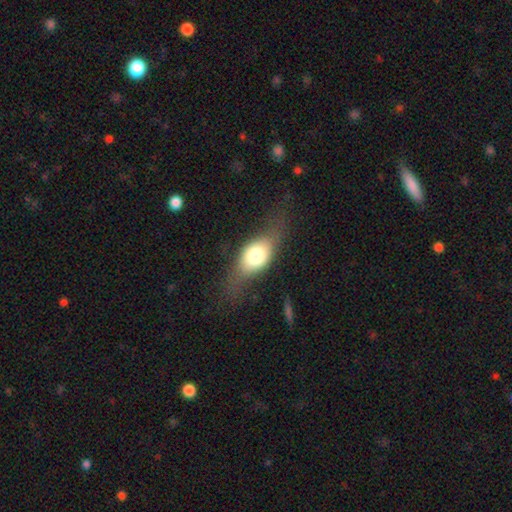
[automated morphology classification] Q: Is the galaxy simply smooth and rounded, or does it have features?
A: smooth — 57%.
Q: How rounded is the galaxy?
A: in between — 76%.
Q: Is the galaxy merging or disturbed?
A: none — 59%.